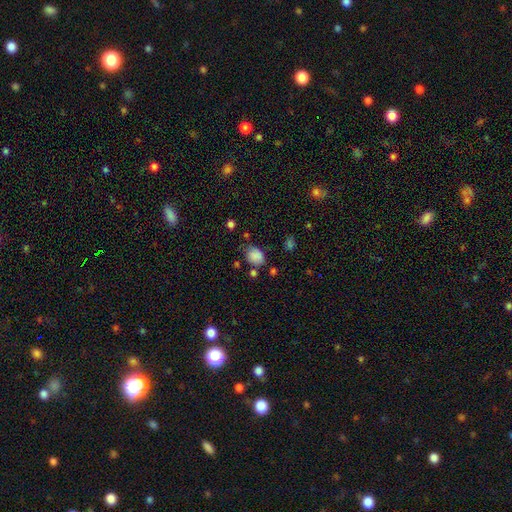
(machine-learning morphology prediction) A smooth galaxy with no disk features (84%) that is in between round and cigar-shaped (57%).

Vote fractions:
- Smooth or featured? smooth: 84% / star or artifact: 11% / featured or disk: 5%
- How rounded? in between: 57% / round: 42% / cigar-shaped: 1%
- Merging? none: 62% / minor disturbance: 24% / major disturbance: 7% / merger: 6%